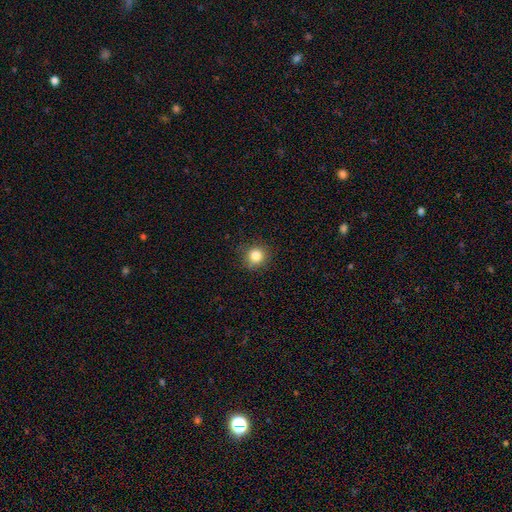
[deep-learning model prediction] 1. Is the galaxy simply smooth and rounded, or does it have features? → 84% smooth, 11% star or artifact, 5% featured or disk.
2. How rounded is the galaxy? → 90% round, 10% in between, 1% cigar-shaped.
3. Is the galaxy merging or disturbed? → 87% none, 9% minor disturbance, 2% major disturbance, 1% merger.